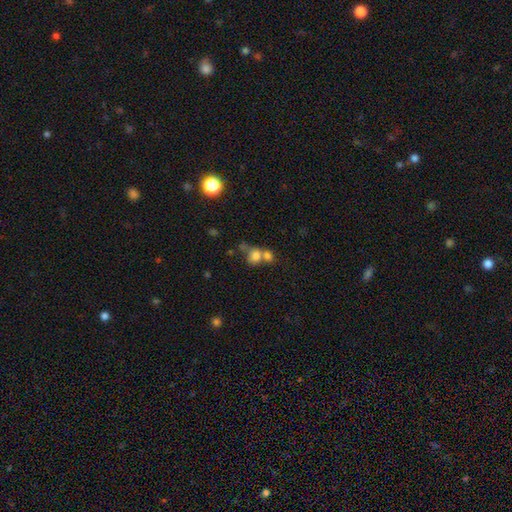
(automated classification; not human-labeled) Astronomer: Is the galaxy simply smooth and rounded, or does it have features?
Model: smooth — 76%.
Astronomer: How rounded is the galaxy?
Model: round — 62%.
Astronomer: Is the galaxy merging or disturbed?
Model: merger — 59%.